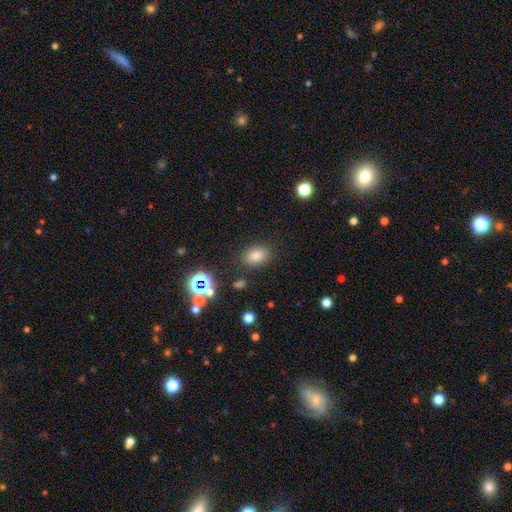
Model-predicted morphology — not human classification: Smooth or featured? smooth (76%)
How rounded? in between (74%)
Merging? none (83%)